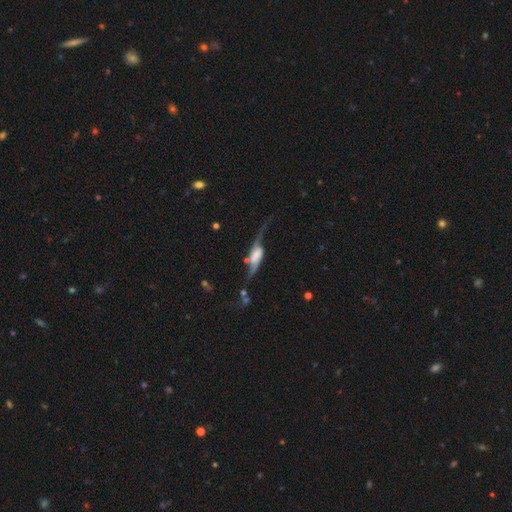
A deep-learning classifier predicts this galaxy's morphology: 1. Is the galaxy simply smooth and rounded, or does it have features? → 77% featured or disk, 16% smooth, 7% star or artifact.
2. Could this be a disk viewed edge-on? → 67% no, 33% yes.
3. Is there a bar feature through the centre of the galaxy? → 41% no, 31% weak, 28% strong.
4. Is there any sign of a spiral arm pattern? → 87% yes, 13% no.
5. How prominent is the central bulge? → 31% none, 26% large, 16% dominant, 15% small, 13% moderate.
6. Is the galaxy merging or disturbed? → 45% none, 26% major disturbance, 21% minor disturbance, 7% merger.